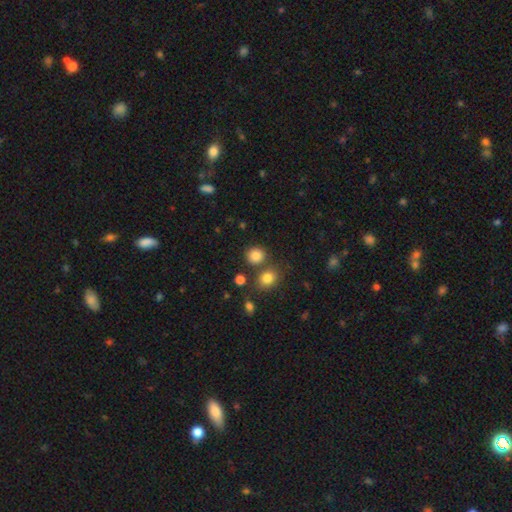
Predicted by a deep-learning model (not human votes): This is clearly a smooth galaxy (83%). How rounded: clearly round (84%). Merging: likely none (74%).